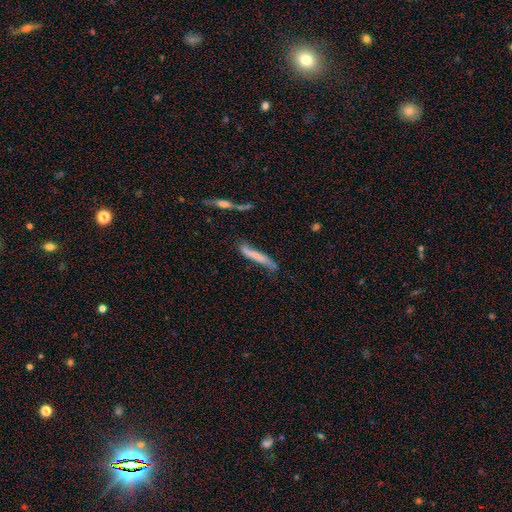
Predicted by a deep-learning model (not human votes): Smooth or featured?
  - smooth: 61% *
  - featured or disk: 32%
  - star or artifact: 7%
How rounded?
  - cigar-shaped: 93% *
  - in between: 5%
  - round: 1%
Merging?
  - none: 57% *
  - minor disturbance: 27%
  - major disturbance: 9%
  - merger: 7%